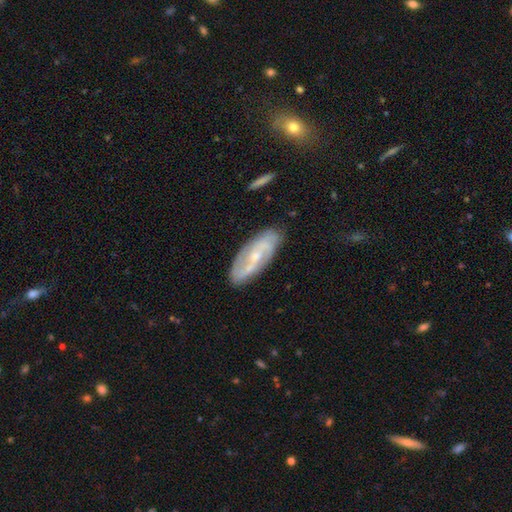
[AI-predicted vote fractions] smooth_or_featured: featured or disk (p=0.76) [alt: smooth p=0.18]
disk_edge_on: no (p=0.89) [alt: yes p=0.11]
bar: weak (p=0.43) [alt: no p=0.37]
has_spiral_arms: yes (p=0.89) [alt: no p=0.11]
spiral_winding: medium (p=0.41) [alt: loose p=0.33]
spiral_arm_count: 2 (p=0.78) [alt: can't tell p=0.14]
bulge_size: small (p=0.62) [alt: moderate p=0.33]
merging: none (p=0.83) [alt: minor disturbance p=0.13]